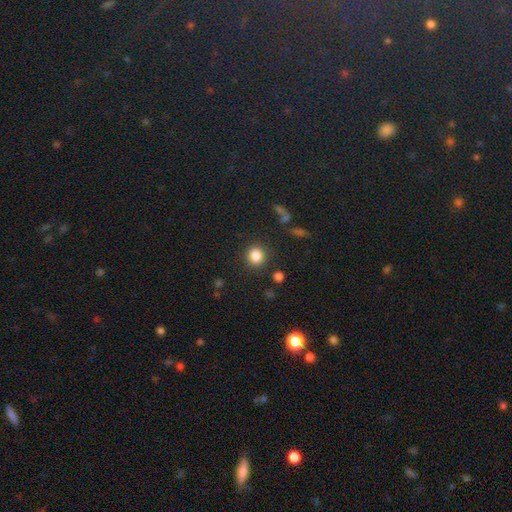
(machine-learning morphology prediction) Q: Smooth or featured?
A: smooth (84%); runner-up: star or artifact (11%)
Q: How rounded?
A: round (82%); runner-up: in between (17%)
Q: Merging?
A: none (86%); runner-up: minor disturbance (8%)